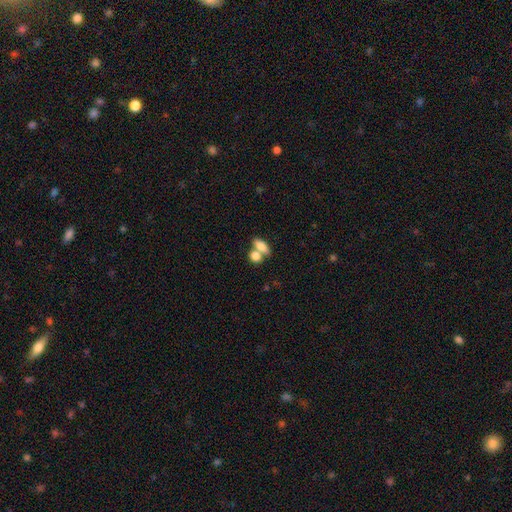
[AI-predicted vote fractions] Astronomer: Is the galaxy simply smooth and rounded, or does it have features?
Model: smooth — 80%.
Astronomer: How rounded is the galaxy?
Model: in between — 70%.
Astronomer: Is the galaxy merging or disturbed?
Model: merger — 53% (runner-up: none, 35%).